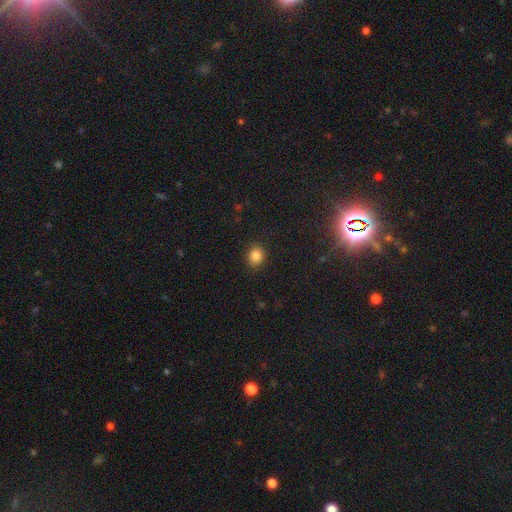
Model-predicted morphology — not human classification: smooth_or_featured: smooth (p=0.85) [alt: star or artifact p=0.11]
how_rounded: round (p=0.72) [alt: in between p=0.27]
merging: none (p=0.89) [alt: minor disturbance p=0.07]